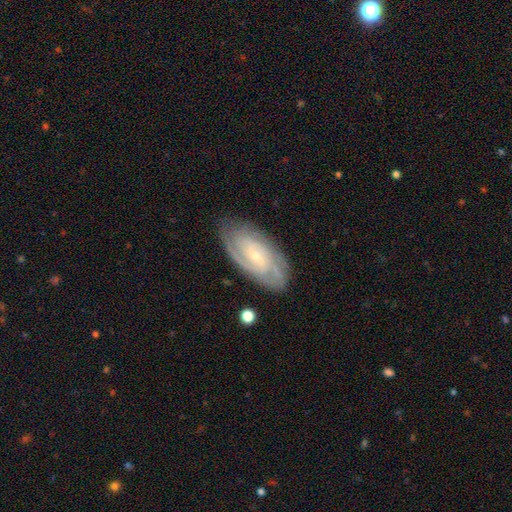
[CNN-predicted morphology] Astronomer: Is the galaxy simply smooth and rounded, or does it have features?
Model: featured or disk — 83%.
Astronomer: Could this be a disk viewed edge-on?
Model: no — 95%.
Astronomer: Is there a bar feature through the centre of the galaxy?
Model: no — 59%.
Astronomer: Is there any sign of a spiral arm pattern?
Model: yes — 96%.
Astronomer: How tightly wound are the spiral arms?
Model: tight — 66%.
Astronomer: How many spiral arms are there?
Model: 2 — 30% (runner-up: can't tell, 27%).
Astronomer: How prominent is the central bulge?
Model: small — 80%.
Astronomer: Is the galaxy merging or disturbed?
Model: none — 80%.